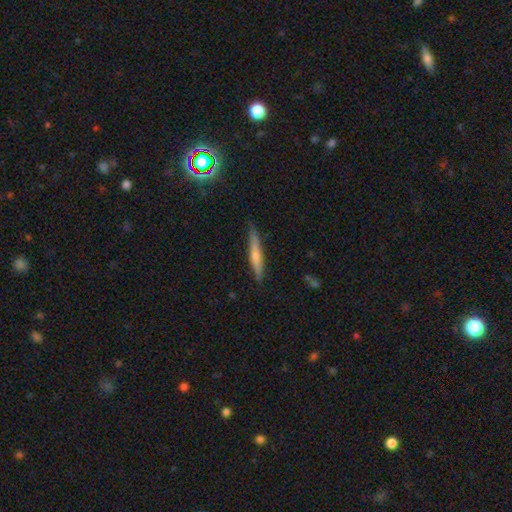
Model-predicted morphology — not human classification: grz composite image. It shows a smooth galaxy with no disk features (57%) that is cigar-shaped (93%). Merging: none (80%).